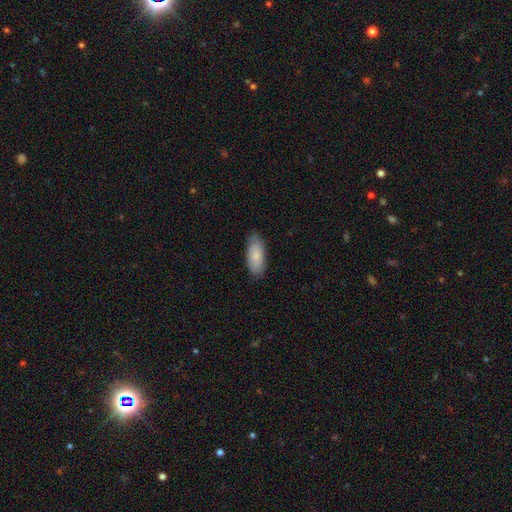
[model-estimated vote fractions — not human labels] Morphology: type=smooth (85%); roundness=in between (86%); merging=none (84%).